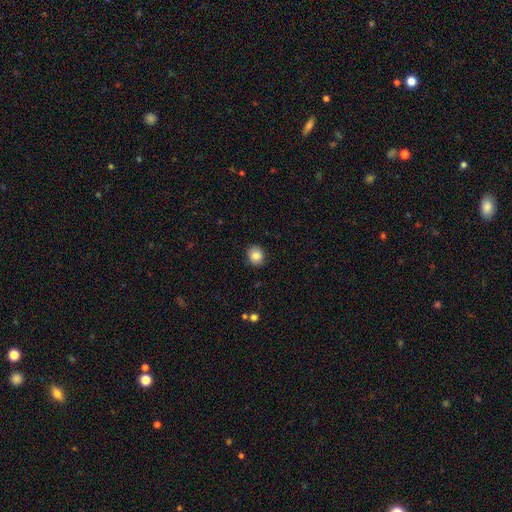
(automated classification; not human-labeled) Q: Smooth or featured?
A: smooth (84%); runner-up: star or artifact (9%)
Q: How rounded?
A: round (75%); runner-up: in between (24%)
Q: Merging?
A: none (89%); runner-up: minor disturbance (8%)